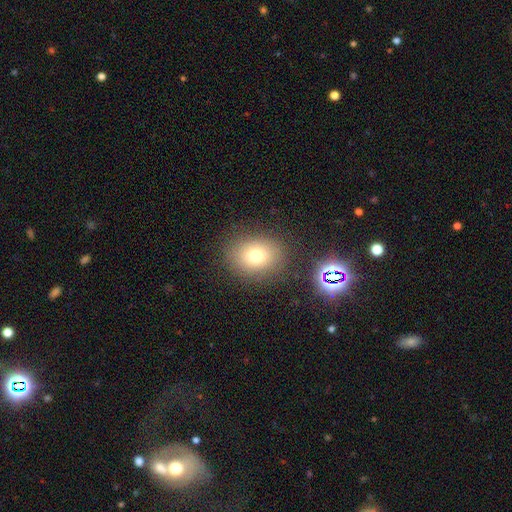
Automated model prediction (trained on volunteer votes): A smooth galaxy with no disk features (74%) that is in between round and cigar-shaped (50%).

Vote fractions:
- Smooth or featured? smooth: 74% / star or artifact: 15% / featured or disk: 11%
- How rounded? in between: 50% / round: 49% / cigar-shaped: 1%
- Merging? none: 82% / minor disturbance: 11% / major disturbance: 4% / merger: 3%